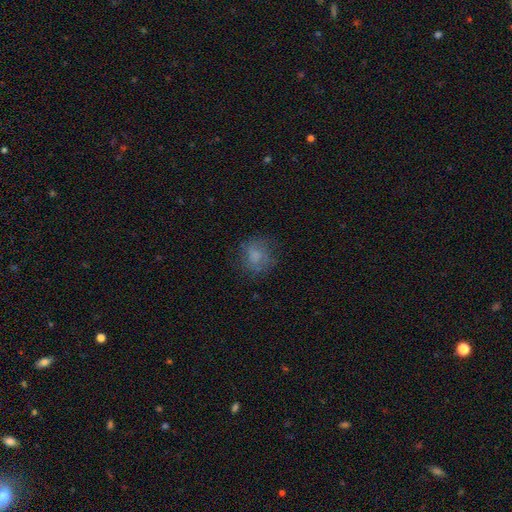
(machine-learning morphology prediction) Overall: smooth (65%). How rounded: round (72%). Merging: none (67%).